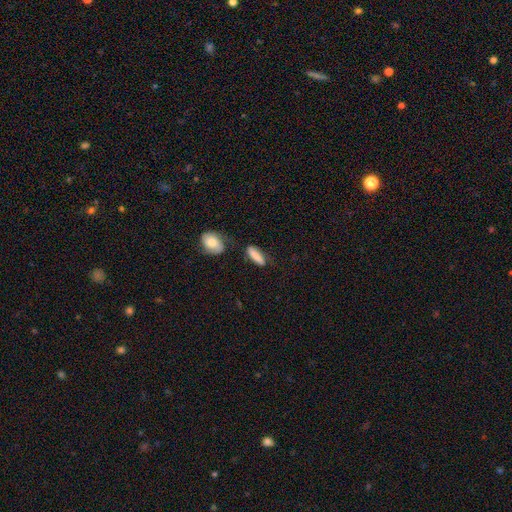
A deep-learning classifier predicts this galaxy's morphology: smooth_or_featured: smooth (p=0.78) [alt: featured or disk p=0.15]
how_rounded: cigar-shaped (p=0.54) [alt: in between p=0.43]
merging: none (p=0.60) [alt: minor disturbance p=0.22]